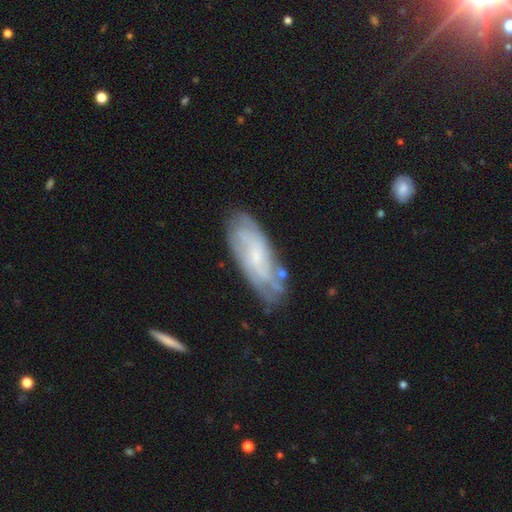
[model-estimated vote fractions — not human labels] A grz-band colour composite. It shows a featured or disk galaxy (63%) with no bar (66%), spiral arms (80%) and a small central bulge (68%). Merging: none (69%).